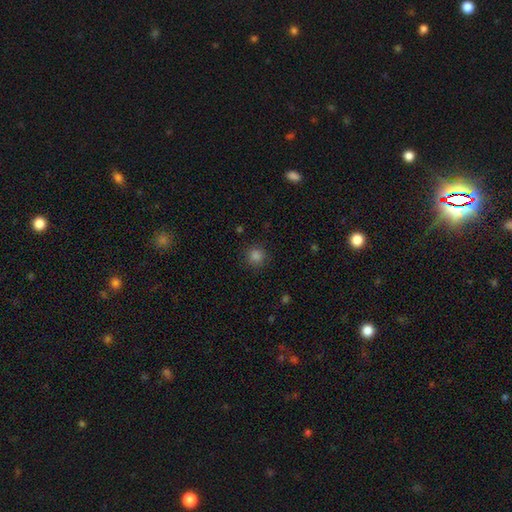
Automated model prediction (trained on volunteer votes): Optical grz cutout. It shows a smooth galaxy with no disk features (83%) that is round (94%). Merging: none (89%).